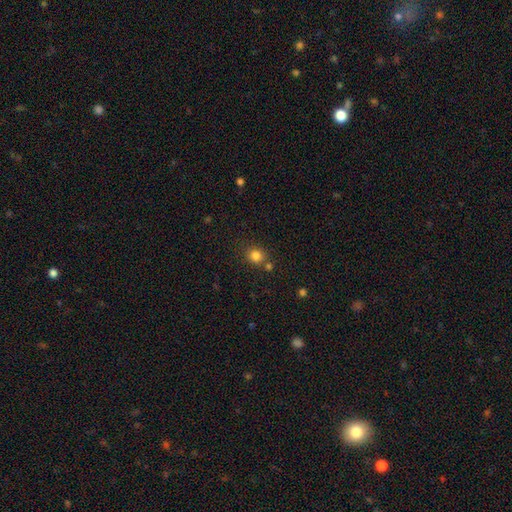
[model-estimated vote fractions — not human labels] Smooth or featured? Predicted: smooth (p=0.82). How rounded? Predicted: round (p=0.83). Merging? Predicted: none (p=0.74).